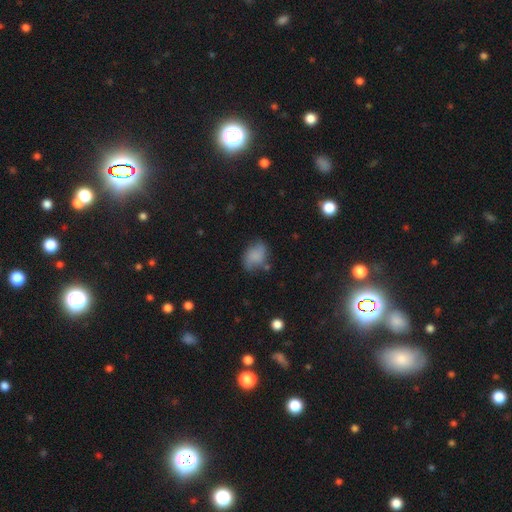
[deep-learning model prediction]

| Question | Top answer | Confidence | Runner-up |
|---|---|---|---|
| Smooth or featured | smooth | 71% | featured or disk (19%) |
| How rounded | in between | 78% | round (21%) |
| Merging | none | 55% | minor disturbance (29%) |